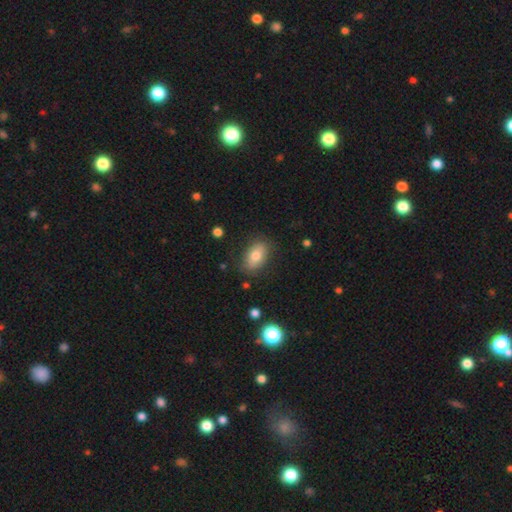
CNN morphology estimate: Smooth or featured? Predicted: smooth (p=0.75). How rounded? Predicted: in between (p=0.87). Merging? Predicted: none (p=0.79).